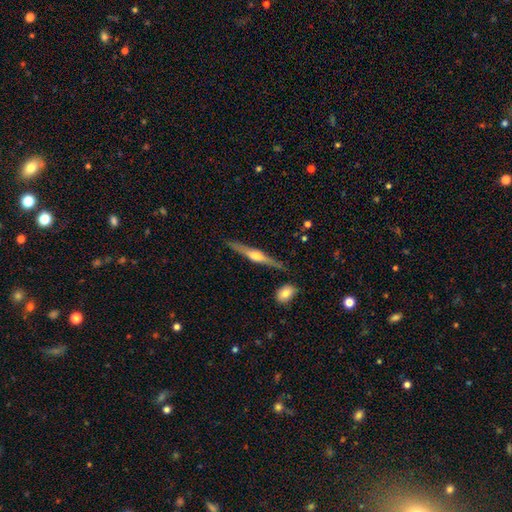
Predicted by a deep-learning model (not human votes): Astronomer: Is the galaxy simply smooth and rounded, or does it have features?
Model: featured or disk — 74%.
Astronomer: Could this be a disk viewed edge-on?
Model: yes — 97%.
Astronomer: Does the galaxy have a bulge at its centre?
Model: rounded — 88%.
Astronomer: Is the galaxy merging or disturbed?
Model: none — 85%.